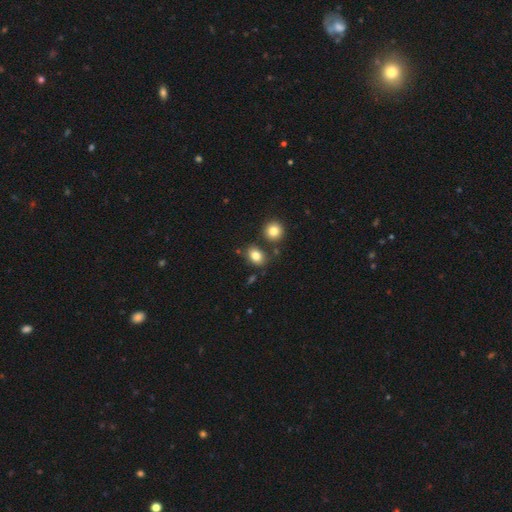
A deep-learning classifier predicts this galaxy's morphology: type=smooth (81%); roundness=in between (71%); merging=none (76%).